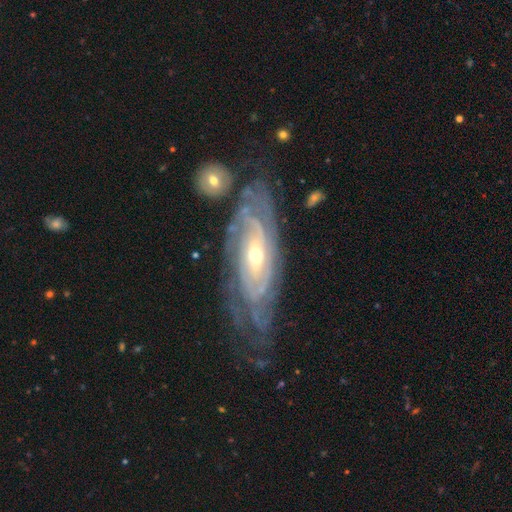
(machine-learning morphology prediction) Smooth or featured: featured or disk — 87% (smooth — 8%)
Edge-on disk: no — 89% (yes — 11%)
Bar: no — 63% (weak — 26%)
Spiral arms: yes — 94% (no — 6%)
Spiral winding: tight — 74% (medium — 21%)
Spiral arm count: can't tell — 46% (2 — 19%)
Bulge size: small — 49% (moderate — 47%)
Merging: none — 62% (minor disturbance — 21%)